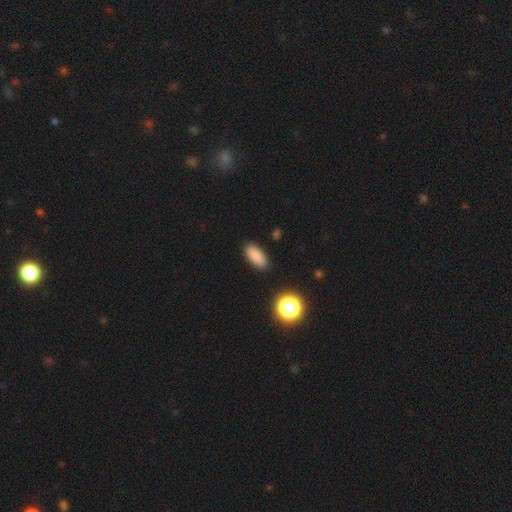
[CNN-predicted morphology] smooth_or_featured: smooth (p=0.85) [alt: star or artifact p=0.09]
how_rounded: in between (p=0.85) [alt: cigar-shaped p=0.11]
merging: none (p=0.89) [alt: minor disturbance p=0.08]